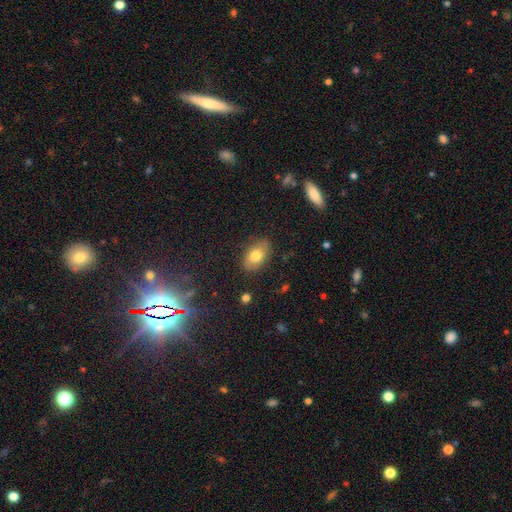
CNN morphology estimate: Smooth or featured?
  - smooth: 75% *
  - featured or disk: 17%
  - star or artifact: 8%
How rounded?
  - in between: 90% *
  - round: 8%
  - cigar-shaped: 2%
Merging?
  - none: 83% *
  - minor disturbance: 13%
  - major disturbance: 3%
  - merger: 1%